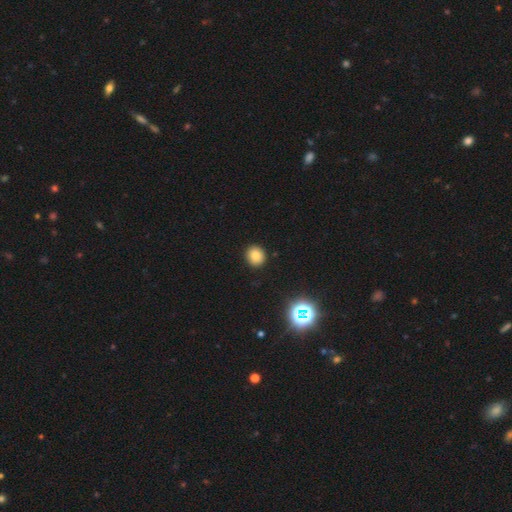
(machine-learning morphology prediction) Smooth or featured? Predicted: smooth (p=0.82). How rounded? Predicted: round (p=0.79). Merging? Predicted: none (p=0.91).